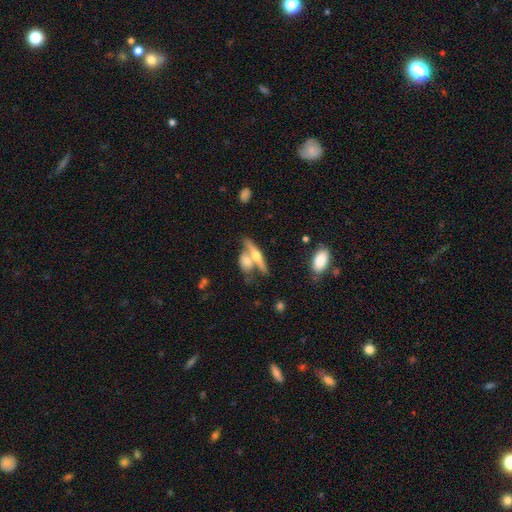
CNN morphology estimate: Q: Smooth or featured?
A: featured or disk (64%); runner-up: smooth (28%)
Q: Edge-on disk?
A: yes (89%); runner-up: no (11%)
Q: Edge-on bulge?
A: rounded (92%); runner-up: none (4%)
Q: Merging?
A: none (46%); runner-up: merger (39%)